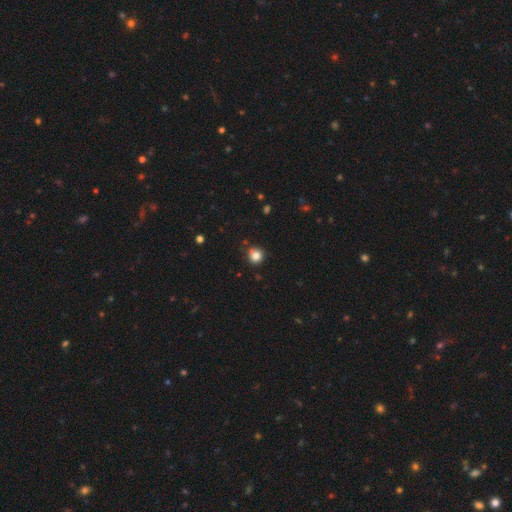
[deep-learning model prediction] Smooth or featured? Predicted: smooth (p=0.83). How rounded? Predicted: round (p=0.91). Merging? Predicted: none (p=0.85).